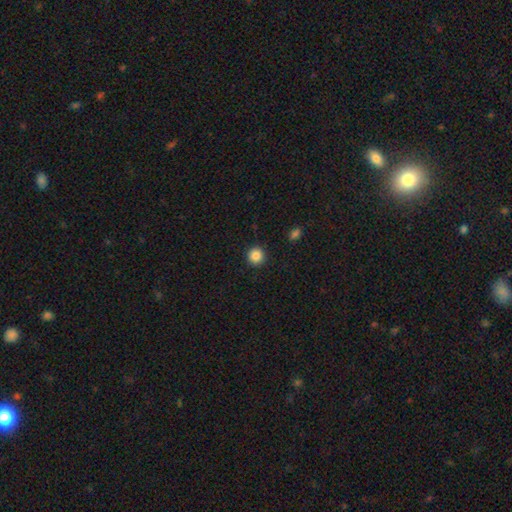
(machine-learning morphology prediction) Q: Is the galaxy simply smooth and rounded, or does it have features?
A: smooth — 86%.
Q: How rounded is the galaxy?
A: round — 94%.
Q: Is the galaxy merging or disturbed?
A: none — 92%.